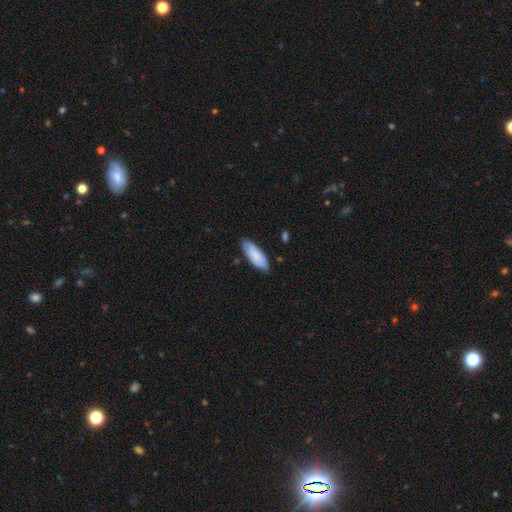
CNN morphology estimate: This appears to be a smooth galaxy with no disk features (78%) that is in between round and cigar-shaped (70%). Merging: none (78%).